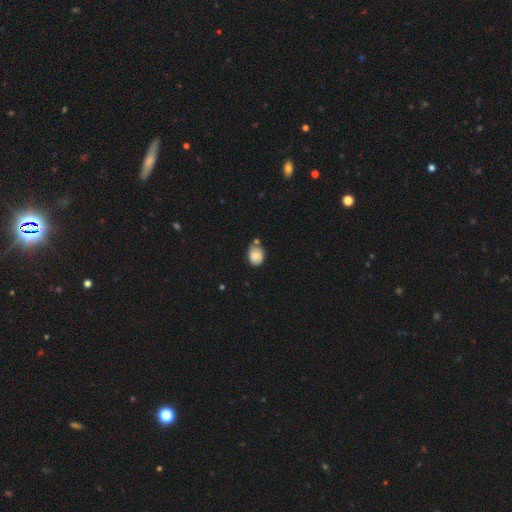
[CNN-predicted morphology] smooth-or-featured: smooth: 67% | featured or disk: 24% | star or artifact: 9%
  how-rounded: in between: 57% | round: 42% | cigar-shaped: 1%
  merging: none: 50% | minor disturbance: 28% | merger: 15% | major disturbance: 7%